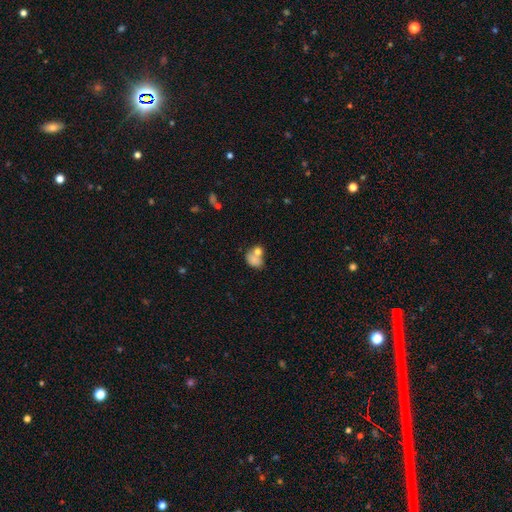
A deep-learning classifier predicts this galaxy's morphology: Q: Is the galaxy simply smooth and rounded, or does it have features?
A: smooth — 75%.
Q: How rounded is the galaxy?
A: in between — 54%.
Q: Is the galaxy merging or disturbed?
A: merger — 47%.